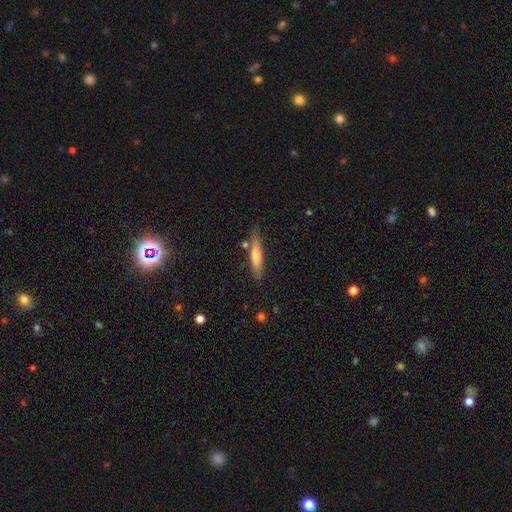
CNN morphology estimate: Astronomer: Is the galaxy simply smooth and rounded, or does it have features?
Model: smooth — 61%.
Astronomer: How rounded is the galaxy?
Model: cigar-shaped — 86%.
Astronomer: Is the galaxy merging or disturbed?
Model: none — 80%.